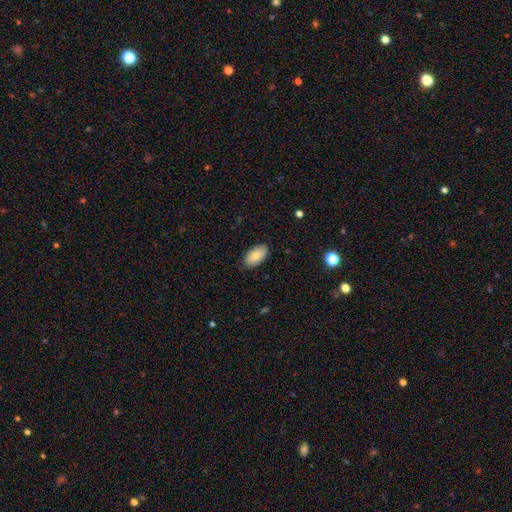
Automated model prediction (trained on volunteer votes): This is clearly a smooth galaxy (85%). How rounded: clearly in between (95%). Merging: clearly none (86%).